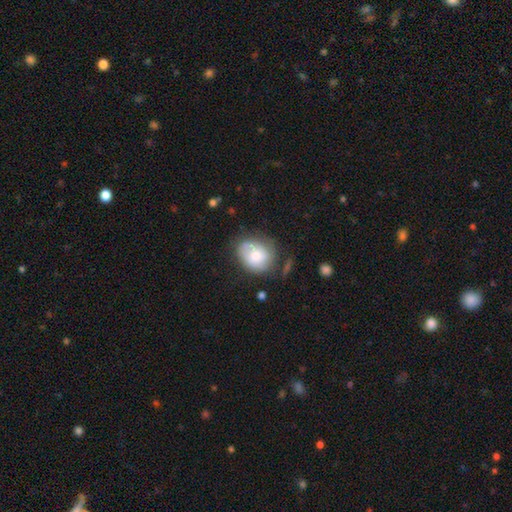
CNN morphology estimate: Smooth or featured: smooth — 60% (featured or disk — 32%)
How rounded: round — 52% (in between — 47%)
Merging: none — 60% (minor disturbance — 26%)